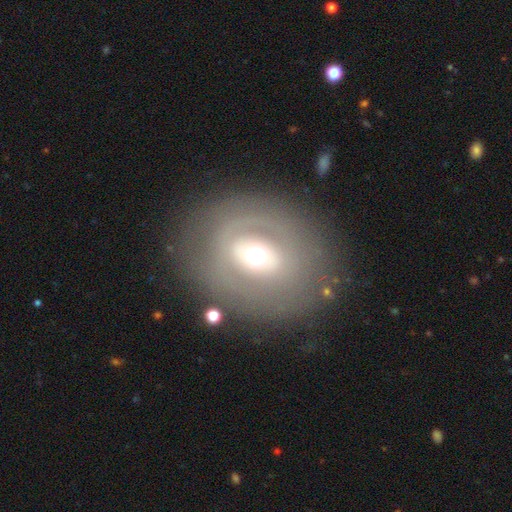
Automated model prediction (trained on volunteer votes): Smooth or featured?
  - featured or disk: 44% *
  - smooth: 43%
  - star or artifact: 12%
Merging?
  - none: 76% *
  - minor disturbance: 12%
  - major disturbance: 10%
  - merger: 3%